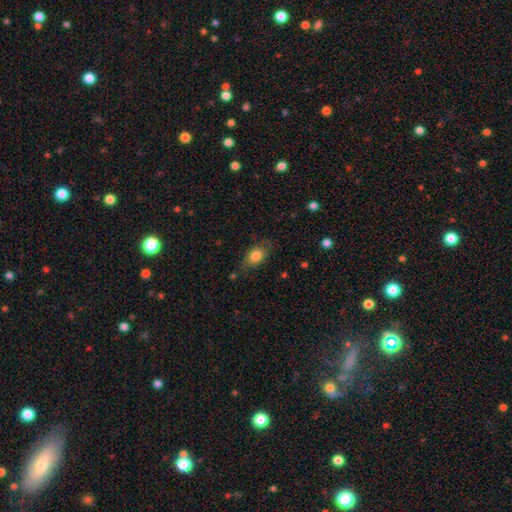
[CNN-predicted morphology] Smooth or featured? Predicted: smooth (p=0.79). How rounded? Predicted: in between (p=0.80). Merging? Predicted: none (p=0.68).